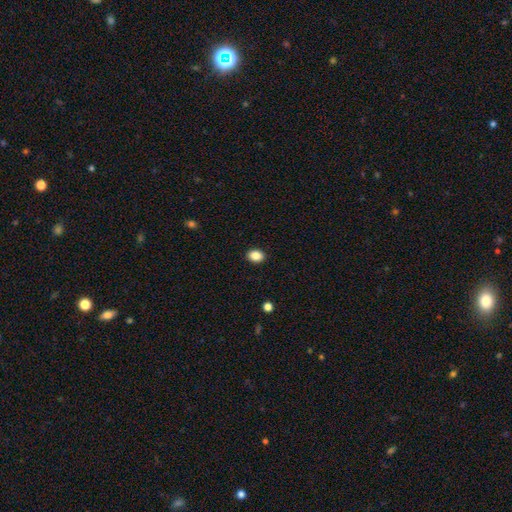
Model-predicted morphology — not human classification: The model was most divided on "how rounded": in between: 64%, round: 35%, cigar-shaped: 1%. More confident: merging — none (91%); smooth or featured — smooth (87%).